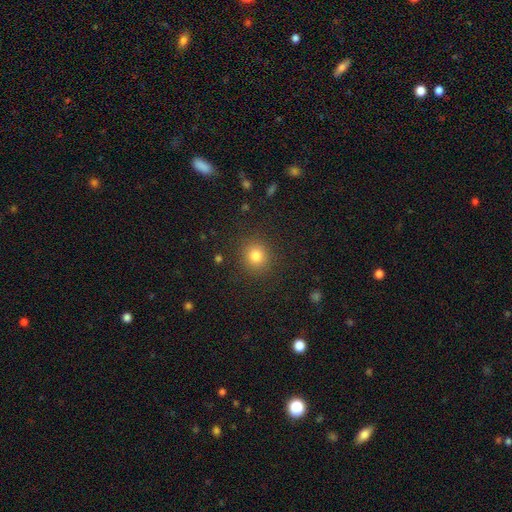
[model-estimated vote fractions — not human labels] Smooth or featured? Predicted: smooth (p=0.81). How rounded? Predicted: round (p=0.87). Merging? Predicted: none (p=0.89).